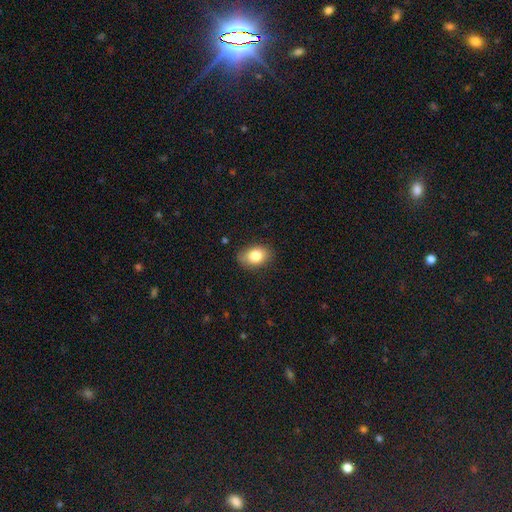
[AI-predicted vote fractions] smooth 81%, featured or disk 10%, star or artifact 8%. Down the decision tree: how rounded — in between (79%); merging — none (81%).